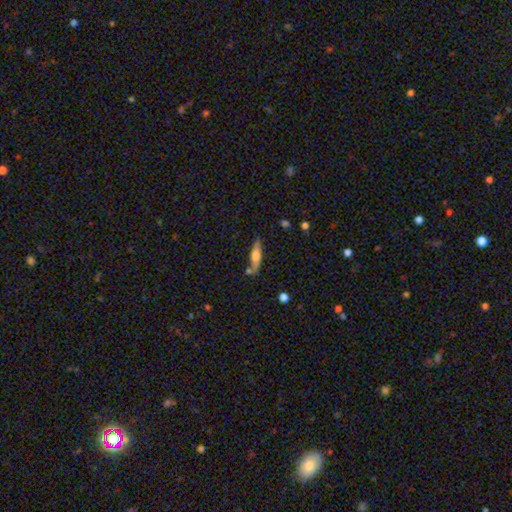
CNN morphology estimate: This appears to be a smooth galaxy with no disk features (48%). Merging: none (73%).